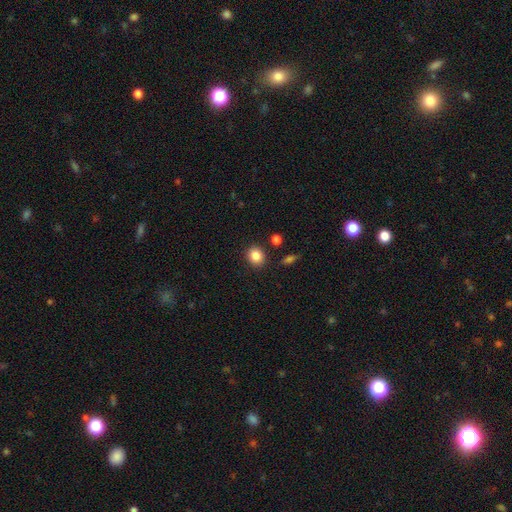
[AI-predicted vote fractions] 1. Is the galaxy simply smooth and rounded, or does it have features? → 85% smooth, 10% star or artifact, 5% featured or disk.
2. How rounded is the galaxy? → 72% round, 27% in between, 1% cigar-shaped.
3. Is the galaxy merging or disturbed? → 87% none, 7% minor disturbance, 3% merger, 2% major disturbance.